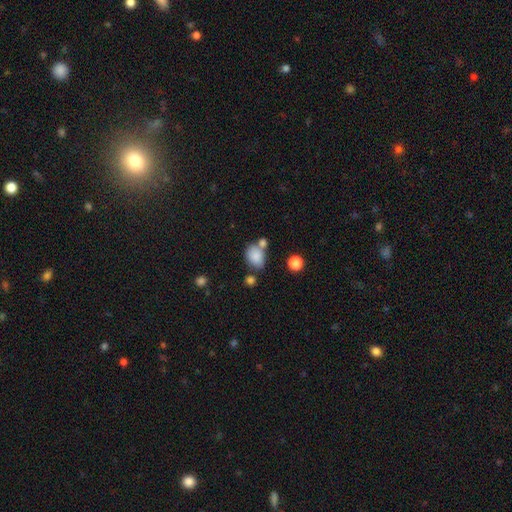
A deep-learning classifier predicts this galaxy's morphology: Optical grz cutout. It shows a smooth galaxy with no disk features (83%) that is in between round and cigar-shaped (71%). Merging: none (52%).